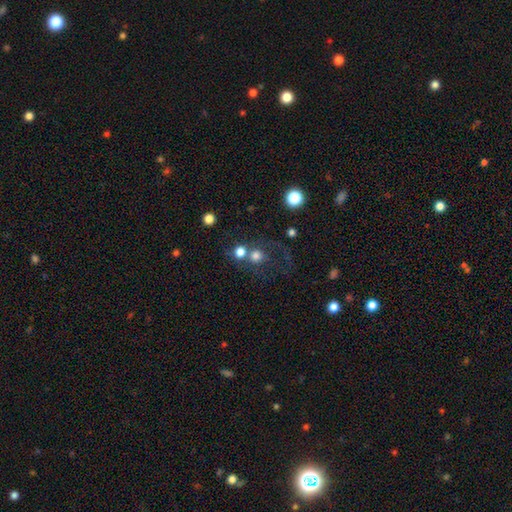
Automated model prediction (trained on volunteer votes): This is likely a smooth galaxy (71%). How rounded: clearly round (87%). Merging: marginally none (42%).